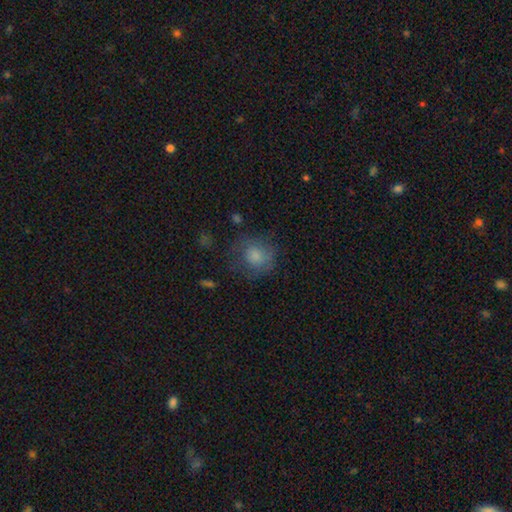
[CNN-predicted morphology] Smooth or featured?
  - smooth: 68% *
  - featured or disk: 19%
  - star or artifact: 13%
How rounded?
  - round: 79% *
  - in between: 20%
  - cigar-shaped: 1%
Merging?
  - none: 65% *
  - minor disturbance: 21%
  - major disturbance: 12%
  - merger: 2%